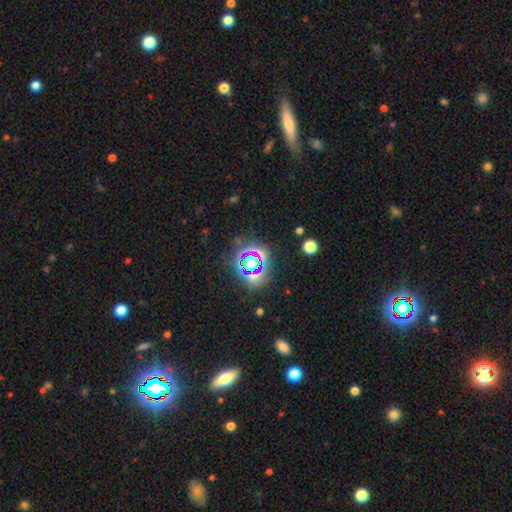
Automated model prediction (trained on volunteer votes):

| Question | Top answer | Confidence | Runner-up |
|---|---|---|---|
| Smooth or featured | star or artifact | 63% | smooth (25%) |